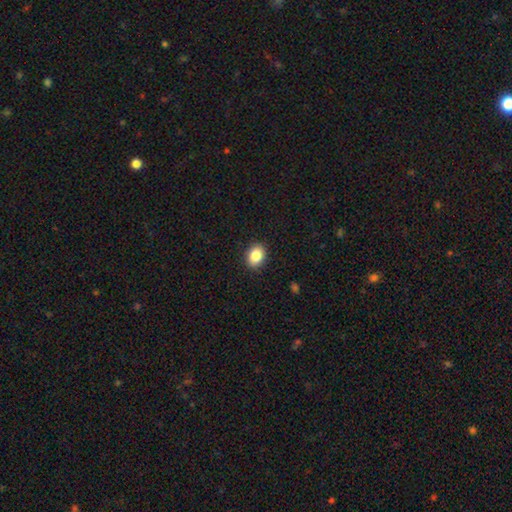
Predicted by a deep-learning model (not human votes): This is clearly a smooth galaxy (86%). How rounded: likely in between (64%). Merging: clearly none (90%).